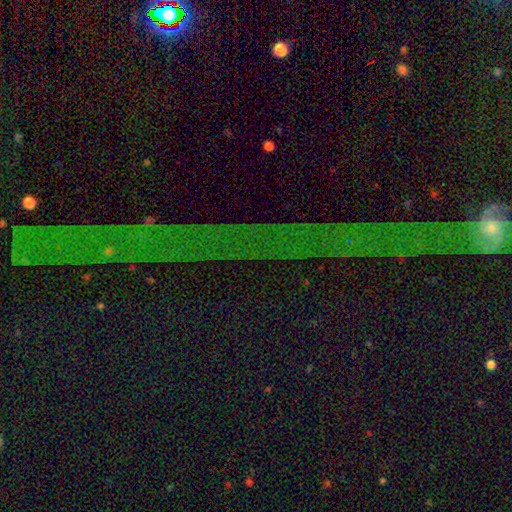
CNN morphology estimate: The model was most divided on "smooth or featured": star or artifact: 73%, featured or disk: 16%, smooth: 11%.